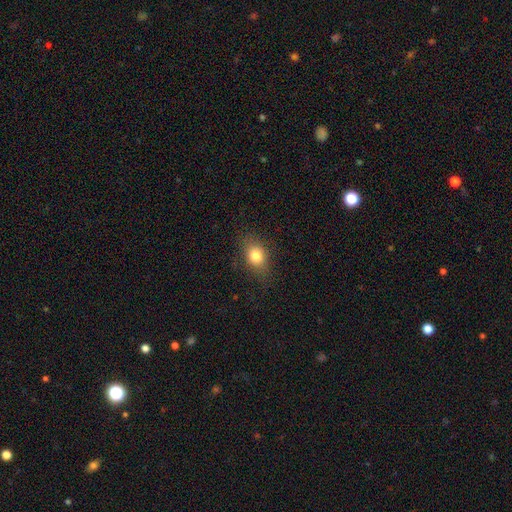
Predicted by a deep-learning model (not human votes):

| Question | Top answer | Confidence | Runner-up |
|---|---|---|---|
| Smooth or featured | smooth | 79% | star or artifact (11%) |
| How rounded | in between | 58% | round (40%) |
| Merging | none | 80% | minor disturbance (15%) |